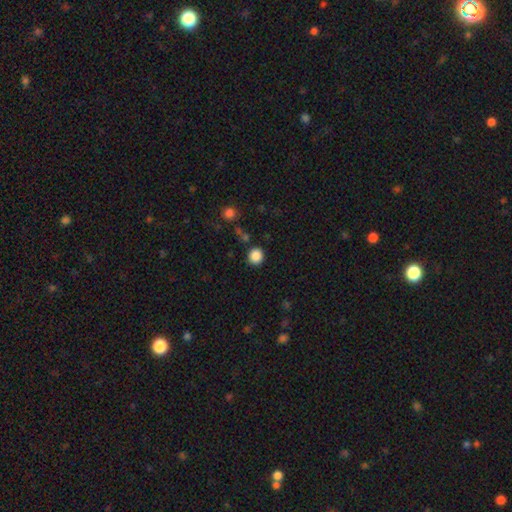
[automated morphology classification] A smooth galaxy with no disk features (86%) that is round (92%).

Vote fractions:
- Smooth or featured? smooth: 86% / star or artifact: 11% / featured or disk: 3%
- How rounded? round: 92% / in between: 7% / cigar-shaped: 1%
- Merging? none: 87% / minor disturbance: 7% / merger: 3% / major disturbance: 3%